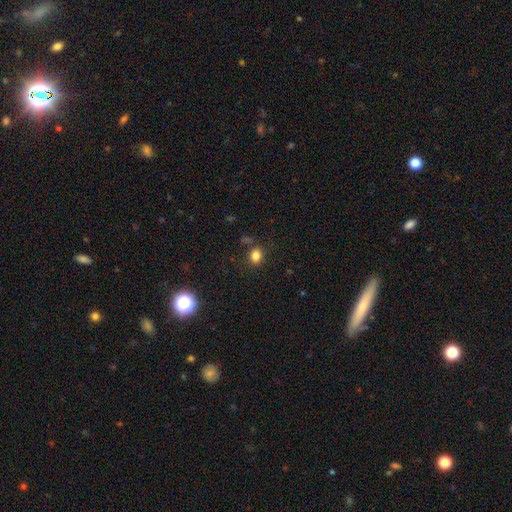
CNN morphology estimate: The model was most divided on "how rounded": round: 51%, in between: 48%, cigar-shaped: 1%. More confident: smooth or featured — smooth (82%); merging — none (79%).